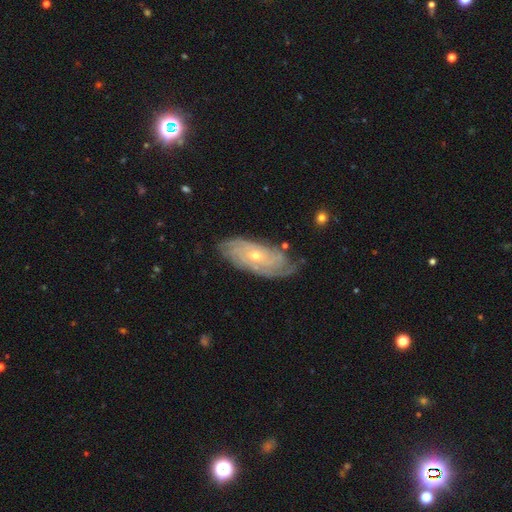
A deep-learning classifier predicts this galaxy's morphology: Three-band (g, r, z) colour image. It shows a featured or disk galaxy (81%) with no bar (76%), tight (75%) spiral arms (93%) and a small central bulge (60%). Merging: none (74%).